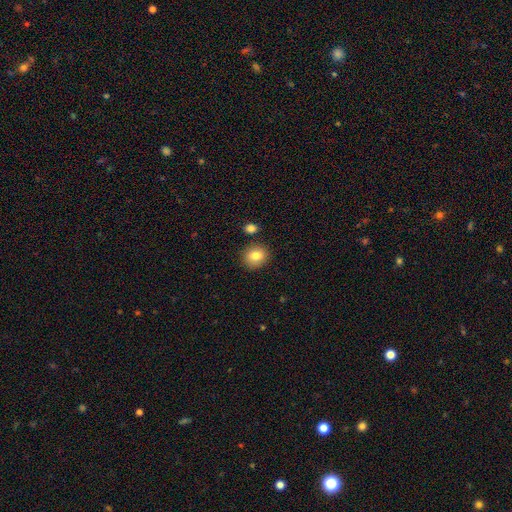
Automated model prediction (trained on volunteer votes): Overall: smooth (82%). How rounded: round (75%). Merging: none (86%).